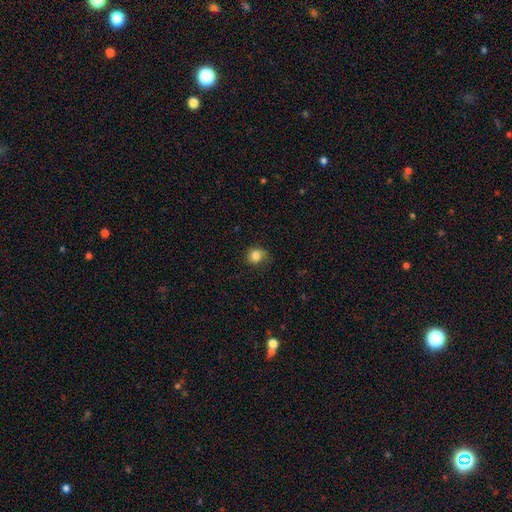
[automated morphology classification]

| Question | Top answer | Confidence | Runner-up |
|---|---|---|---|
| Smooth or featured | smooth | 84% | star or artifact (10%) |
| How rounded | round | 76% | in between (23%) |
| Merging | none | 69% | minor disturbance (23%) |